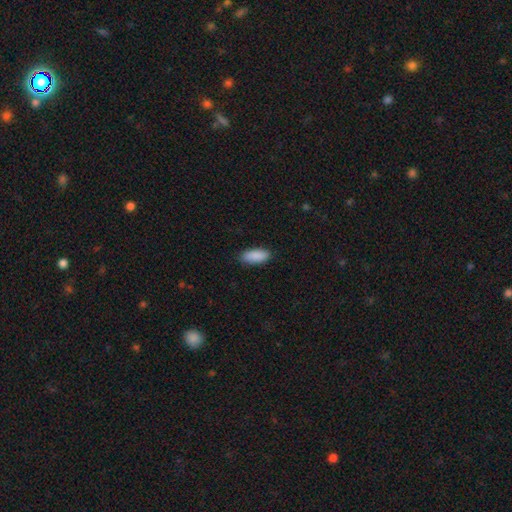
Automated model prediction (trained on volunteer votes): Smooth or featured? smooth (90%)
How rounded? in between (84%)
Merging? none (86%)